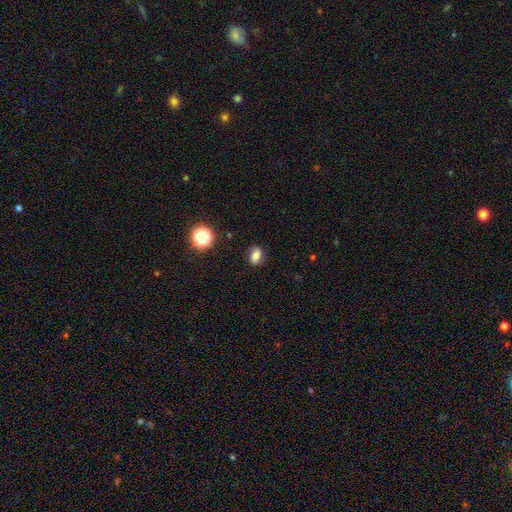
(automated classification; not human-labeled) Smooth or featured? smooth (77%)
How rounded? in between (76%)
Merging? none (83%)